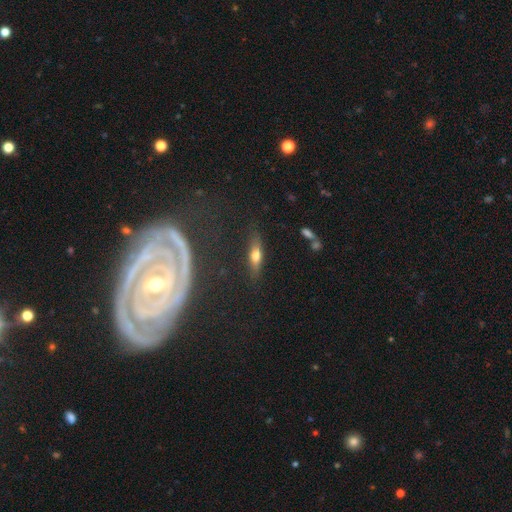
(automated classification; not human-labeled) smooth-or-featured: smooth: 56% | featured or disk: 34% | star or artifact: 10%
  how-rounded: cigar-shaped: 55% | in between: 41% | round: 5%
  merging: none: 82% | minor disturbance: 13% | major disturbance: 4% | merger: 2%